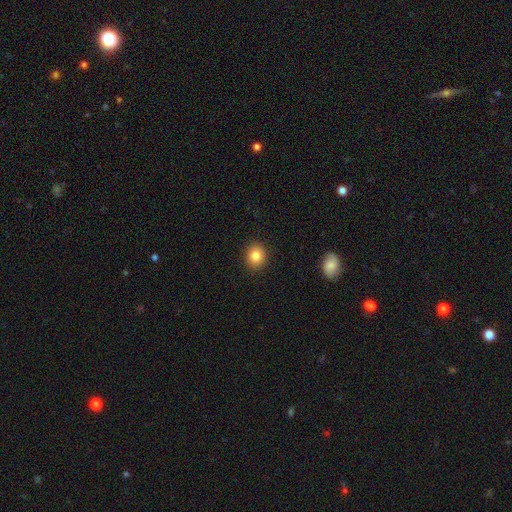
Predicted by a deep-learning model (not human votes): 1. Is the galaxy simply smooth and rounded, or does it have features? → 84% smooth, 10% star or artifact, 7% featured or disk.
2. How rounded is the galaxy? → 69% round, 30% in between, 1% cigar-shaped.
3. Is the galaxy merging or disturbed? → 90% none, 7% minor disturbance, 2% major disturbance, 1% merger.